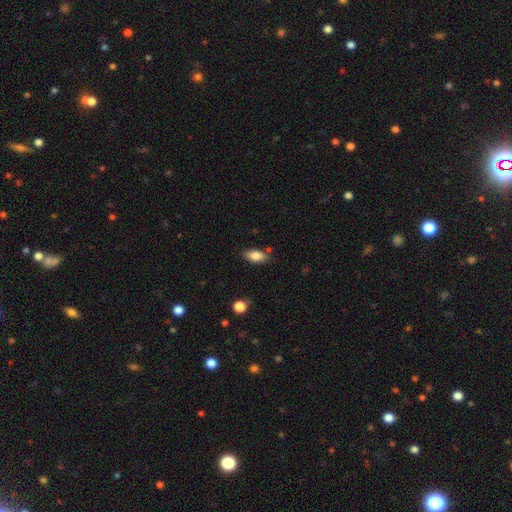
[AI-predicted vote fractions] Morphology: type=smooth (83%); roundness=in between (89%); merging=none (78%).